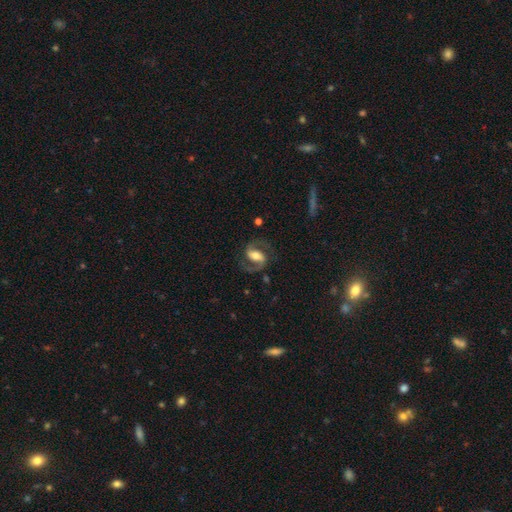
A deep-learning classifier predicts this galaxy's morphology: Smooth or featured? featured or disk (84%)
Edge-on disk? no (97%)
Bar? strong (45%)
Spiral arms? yes (96%)
Spiral winding? medium (59%)
Spiral arm count? 2 (91%)
Bulge size? moderate (60%)
Merging? none (76%)